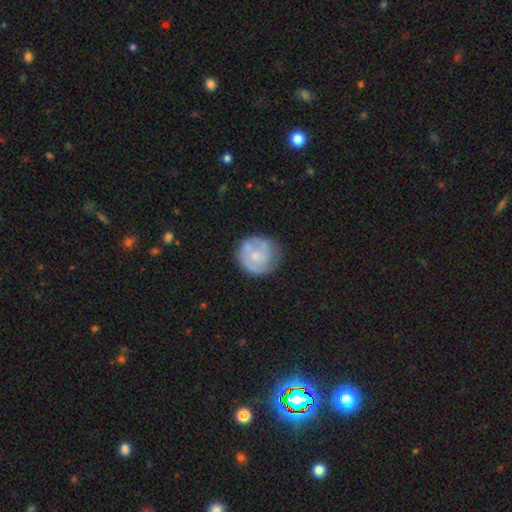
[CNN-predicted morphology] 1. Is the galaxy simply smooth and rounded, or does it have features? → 49% smooth, 45% featured or disk, 6% star or artifact.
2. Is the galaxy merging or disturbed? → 64% none, 23% minor disturbance, 10% major disturbance, 4% merger.